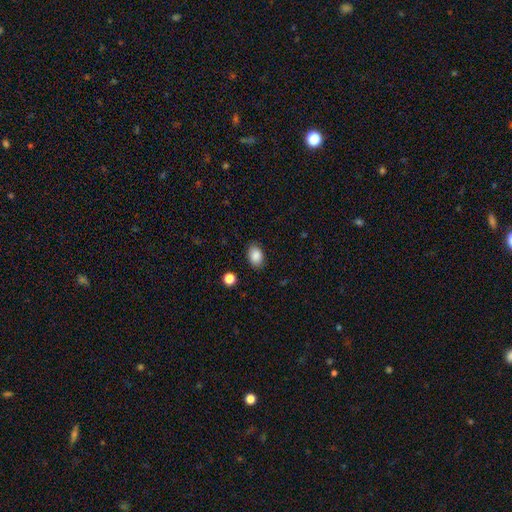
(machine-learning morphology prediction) Overall: smooth (87%). How rounded: in between (78%). Merging: none (85%).